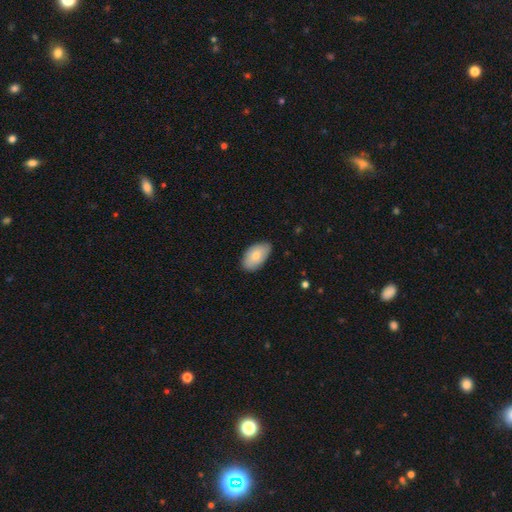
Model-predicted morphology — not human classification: A smooth galaxy with no disk features (78%) that is in between round and cigar-shaped (95%). Merging: none (81%).